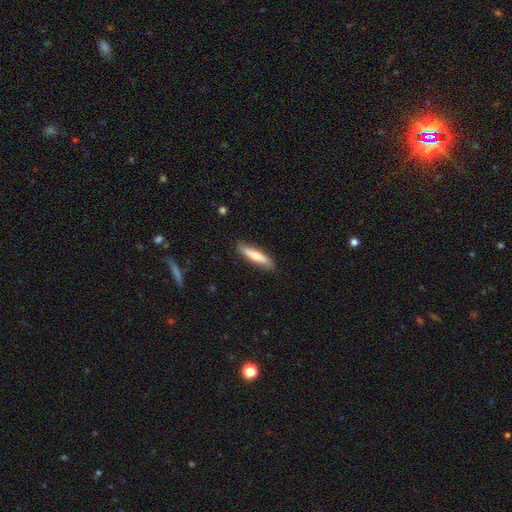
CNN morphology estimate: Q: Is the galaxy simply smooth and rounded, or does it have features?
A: smooth — 70%.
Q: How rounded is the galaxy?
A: cigar-shaped — 79%.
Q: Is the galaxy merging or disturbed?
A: none — 85%.